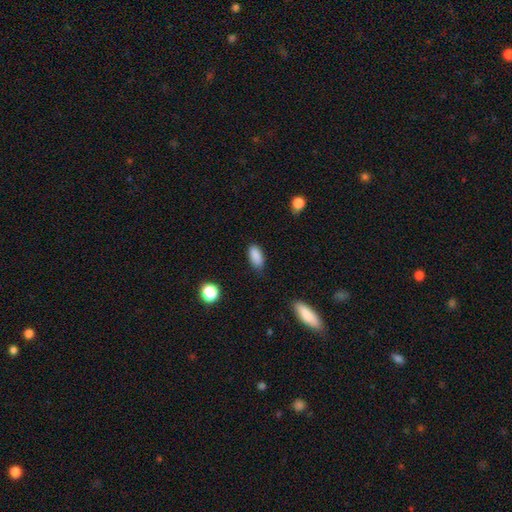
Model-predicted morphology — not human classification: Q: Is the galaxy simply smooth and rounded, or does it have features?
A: smooth — 87%.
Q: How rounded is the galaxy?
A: in between — 88%.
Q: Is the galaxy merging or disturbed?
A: none — 76%.